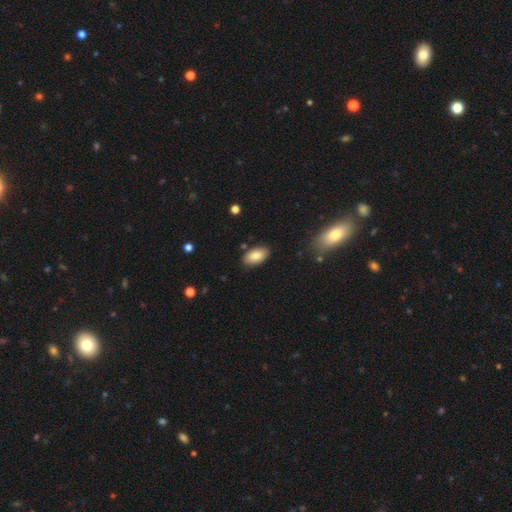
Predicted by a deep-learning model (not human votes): smooth-or-featured: smooth: 82% | featured or disk: 11% | star or artifact: 7%
  how-rounded: in between: 94% | round: 3% | cigar-shaped: 3%
  merging: none: 84% | minor disturbance: 11% | major disturbance: 2% | merger: 2%